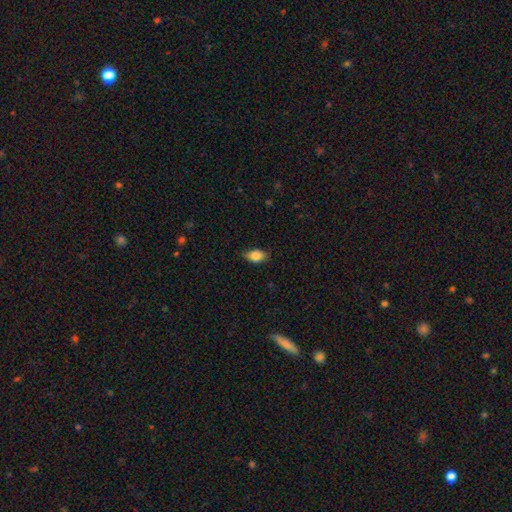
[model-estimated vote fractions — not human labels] smooth_or_featured: smooth (p=0.82) [alt: featured or disk p=0.10]
how_rounded: in between (p=0.85) [alt: round p=0.11]
merging: none (p=0.76) [alt: minor disturbance p=0.20]